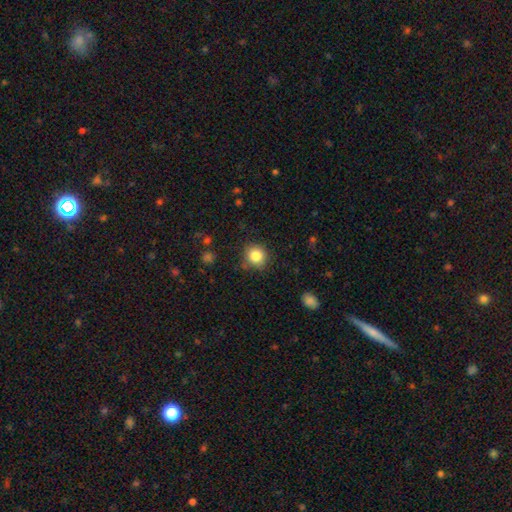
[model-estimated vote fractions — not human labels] Morphology: type=smooth (84%); roundness=round (90%); merging=none (84%).